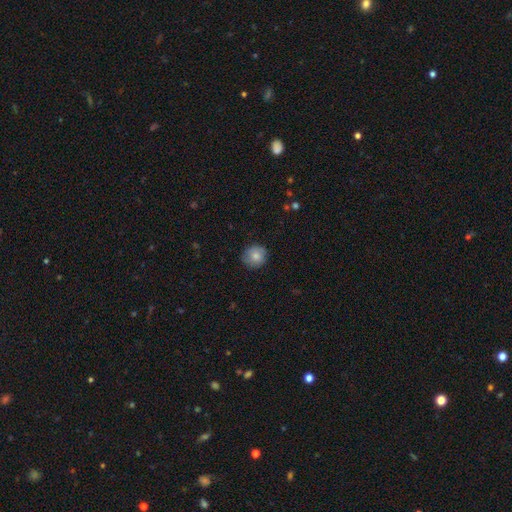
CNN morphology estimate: The model was most divided on "smooth or featured": smooth: 80%, featured or disk: 12%, star or artifact: 8%. More confident: how rounded — round (89%); merging — none (84%).